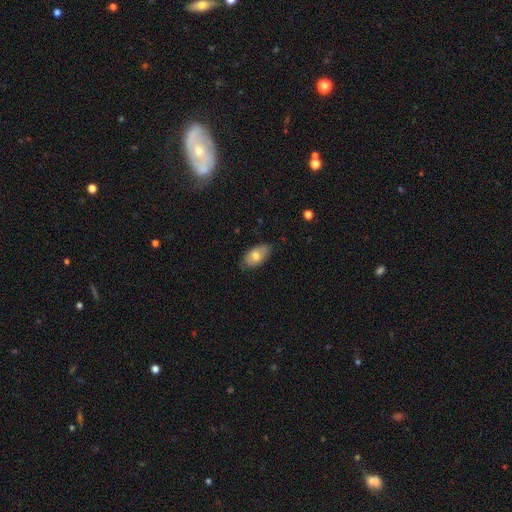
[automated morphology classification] type=smooth (71%); roundness=in between (93%); merging=none (78%).